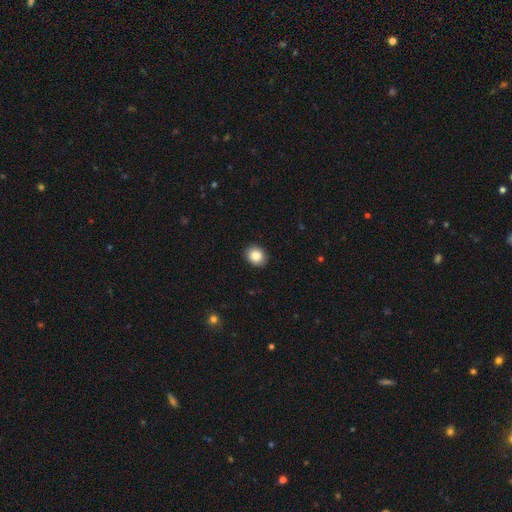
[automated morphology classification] This is clearly a smooth galaxy (86%). How rounded: possibly round (60%). Merging: clearly none (91%).